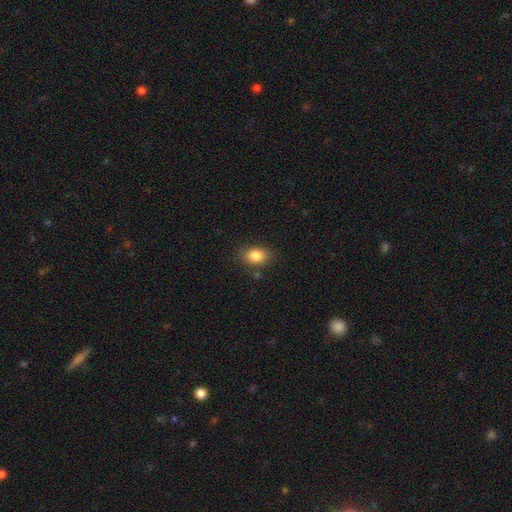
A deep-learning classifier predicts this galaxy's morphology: smooth-or-featured: smooth: 84% | star or artifact: 9% | featured or disk: 7%
  how-rounded: in between: 73% | round: 25% | cigar-shaped: 1%
  merging: none: 81% | minor disturbance: 13% | major disturbance: 3% | merger: 3%